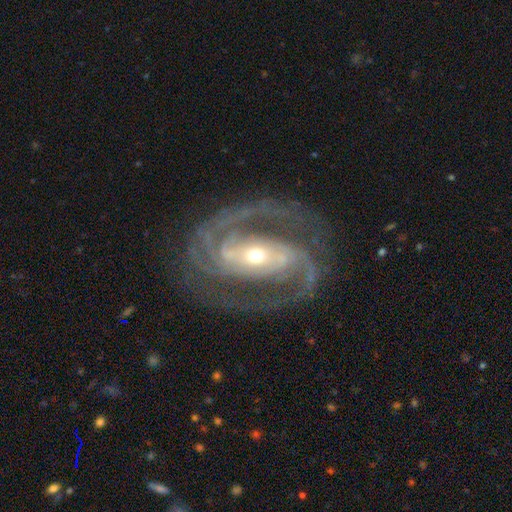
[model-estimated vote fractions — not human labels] The model was most divided on "spiral winding": medium: 49%, tight: 43%, loose: 9%. Remaining: spiral arms — yes (98%); edge-on disk — no (97%); smooth or featured — featured or disk (93%); merging — none (74%); spiral arm count — 2 (60%); bulge size — moderate (51%); bar — strong (44%).